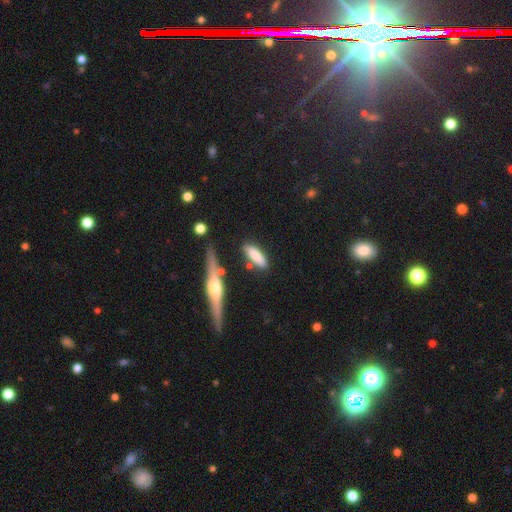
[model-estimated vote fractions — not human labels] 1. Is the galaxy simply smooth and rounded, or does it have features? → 77% smooth, 16% featured or disk, 7% star or artifact.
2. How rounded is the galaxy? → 54% cigar-shaped, 43% in between, 2% round.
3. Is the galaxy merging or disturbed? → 74% none, 16% minor disturbance, 7% merger, 4% major disturbance.